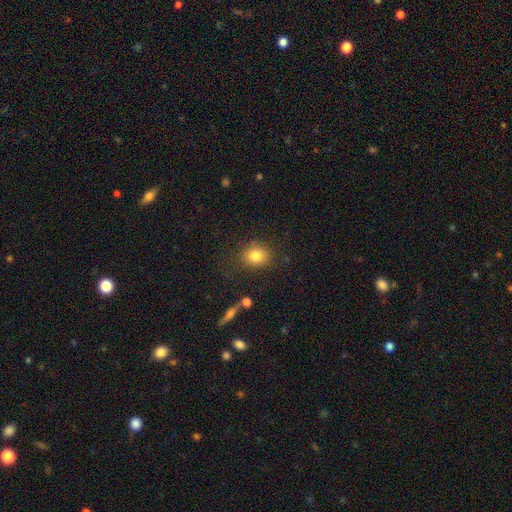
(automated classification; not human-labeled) smooth 81%, star or artifact 11%, featured or disk 9%. Down the decision tree: how rounded — round (69%); merging — none (81%).